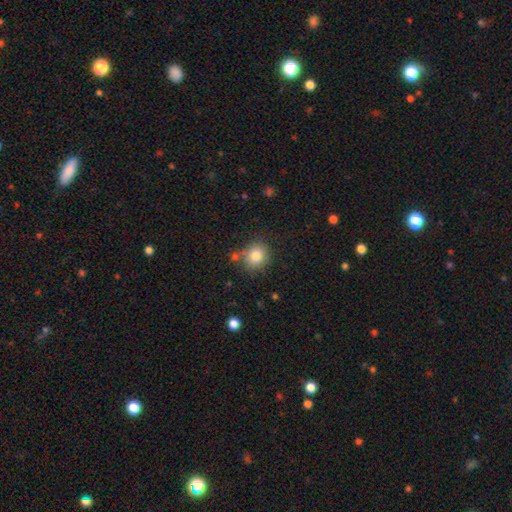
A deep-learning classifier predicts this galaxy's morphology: A smooth galaxy with no disk features (81%) that is round (81%). Merging: none (76%).